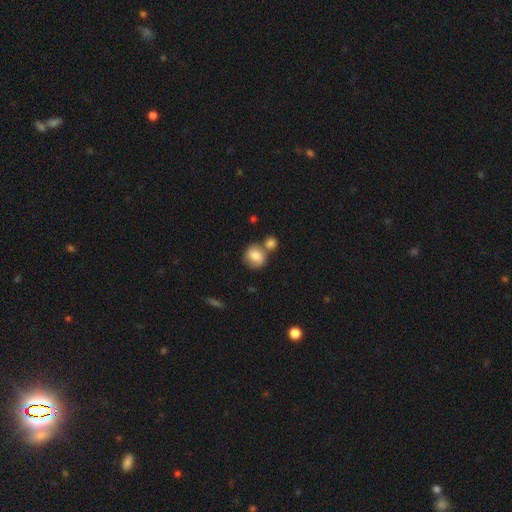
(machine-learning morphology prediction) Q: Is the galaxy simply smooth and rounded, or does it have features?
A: smooth — 75%.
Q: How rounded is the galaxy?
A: round — 74%.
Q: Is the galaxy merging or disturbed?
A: none — 50%.